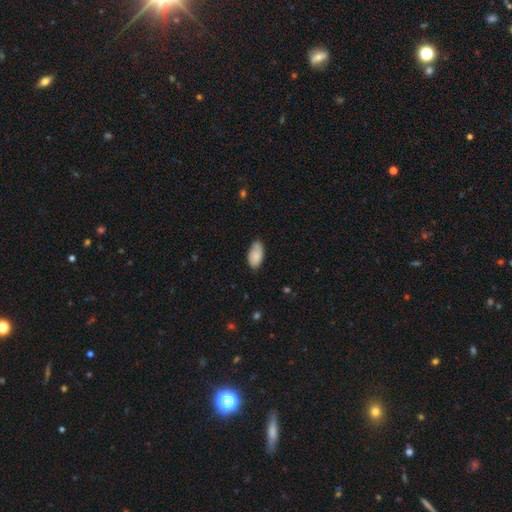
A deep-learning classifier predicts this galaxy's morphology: A smooth galaxy with no disk features (85%) that is in between round and cigar-shaped (95%).

Vote fractions:
- Smooth or featured? smooth: 85% / featured or disk: 9% / star or artifact: 6%
- How rounded? in between: 95% / cigar-shaped: 3% / round: 3%
- Merging? none: 69% / minor disturbance: 26% / major disturbance: 4% / merger: 1%